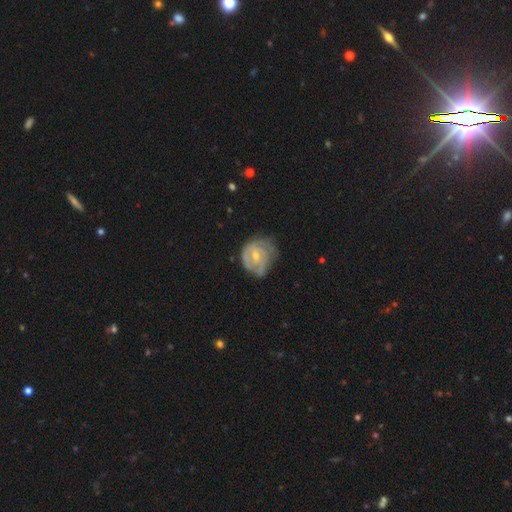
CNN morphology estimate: Smooth or featured? featured or disk (65%)
Edge-on disk? no (97%)
Bar? no (54%)
Spiral arms? yes (75%)
Bulge size? small (52%)
Merging? none (44%)